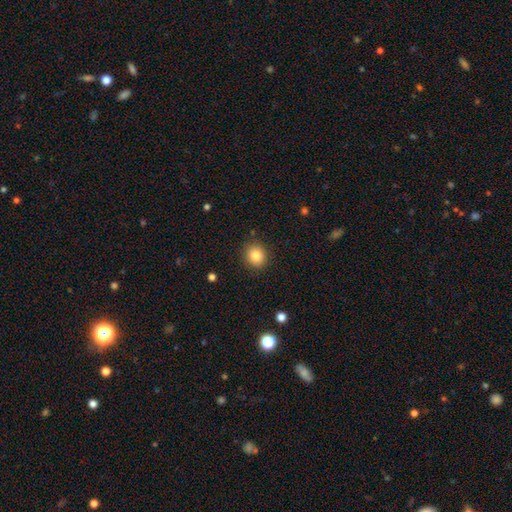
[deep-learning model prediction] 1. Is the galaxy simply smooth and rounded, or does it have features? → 84% smooth, 10% star or artifact, 6% featured or disk.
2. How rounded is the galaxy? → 83% round, 16% in between, 1% cigar-shaped.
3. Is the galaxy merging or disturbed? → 89% none, 7% minor disturbance, 2% major disturbance, 1% merger.